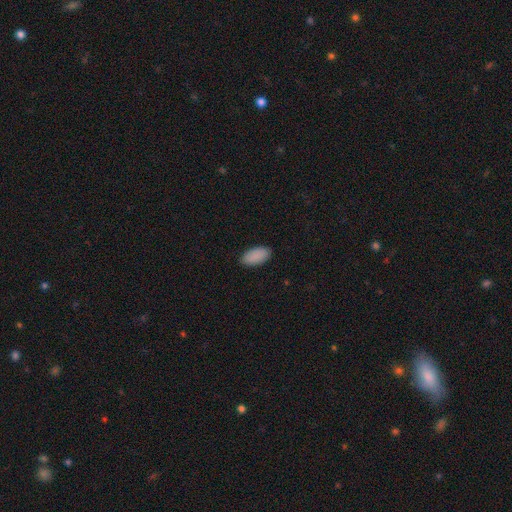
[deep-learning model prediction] Smooth or featured: smooth — 90% (star or artifact — 7%)
How rounded: in between — 94% (cigar-shaped — 4%)
Merging: none — 87% (minor disturbance — 10%)